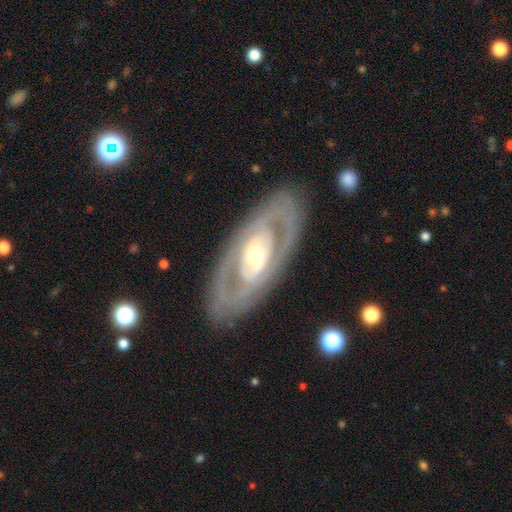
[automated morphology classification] Smooth or featured? featured or disk (83%)
Edge-on disk? no (91%)
Bar? no (54%)
Spiral arms? yes (62%)
Bulge size? moderate (58%)
Merging? none (83%)